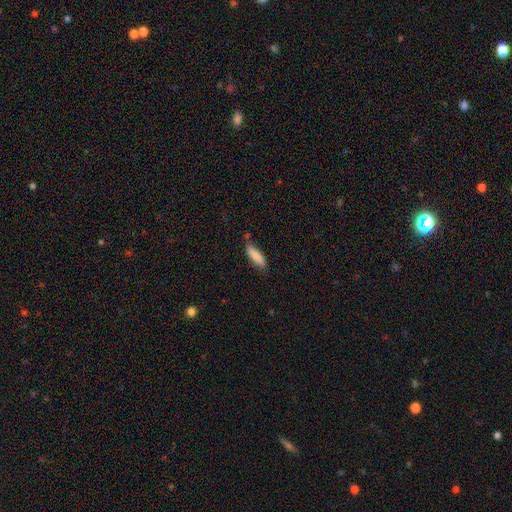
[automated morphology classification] Q: Smooth or featured?
A: smooth (84%); runner-up: featured or disk (9%)
Q: How rounded?
A: cigar-shaped (53%); runner-up: in between (46%)
Q: Merging?
A: none (76%); runner-up: minor disturbance (17%)